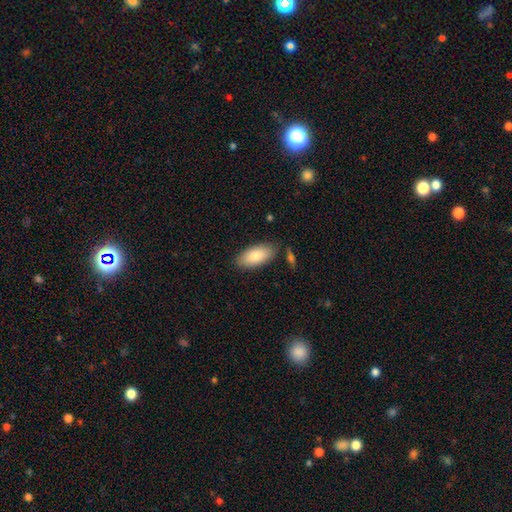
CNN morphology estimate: type=smooth (84%); roundness=in between (91%); merging=none (82%).